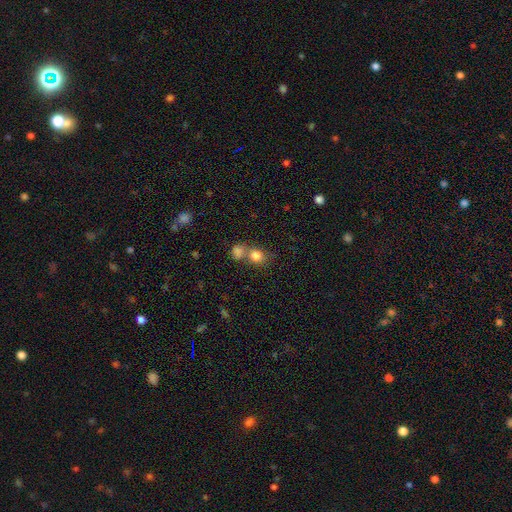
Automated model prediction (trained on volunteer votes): Smooth or featured?
  - smooth: 82% *
  - star or artifact: 11%
  - featured or disk: 7%
How rounded?
  - round: 68% *
  - in between: 30%
  - cigar-shaped: 1%
Merging?
  - merger: 45% *
  - none: 42%
  - minor disturbance: 9%
  - major disturbance: 4%